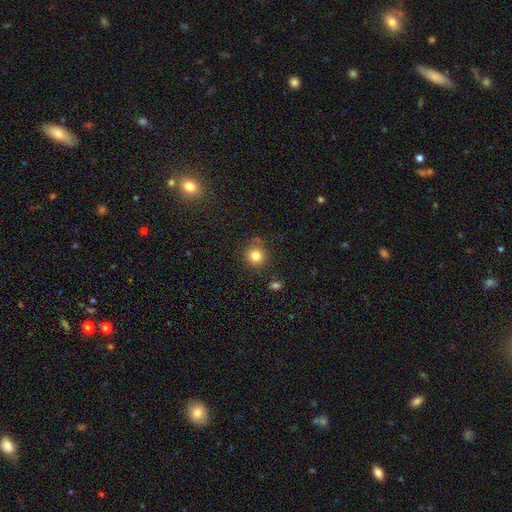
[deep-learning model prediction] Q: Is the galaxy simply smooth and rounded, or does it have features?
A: smooth — 81%.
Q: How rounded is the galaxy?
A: round — 91%.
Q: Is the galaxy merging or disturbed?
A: none — 80%.